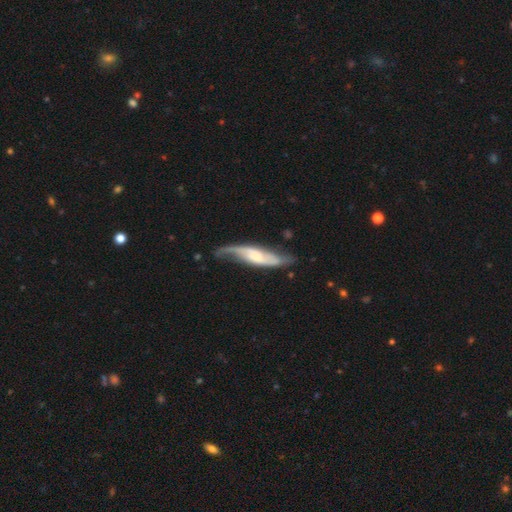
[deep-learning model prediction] Q: Smooth or featured?
A: featured or disk (78%); runner-up: smooth (17%)
Q: Edge-on disk?
A: no (73%); runner-up: yes (27%)
Q: Bar?
A: no (46%); runner-up: weak (37%)
Q: Spiral arms?
A: yes (94%); runner-up: no (6%)
Q: Spiral winding?
A: loose (64%); runner-up: medium (27%)
Q: Spiral arm count?
A: 2 (86%); runner-up: can't tell (6%)
Q: Bulge size?
A: moderate (34%); runner-up: small (27%)
Q: Merging?
A: none (61%); runner-up: minor disturbance (25%)